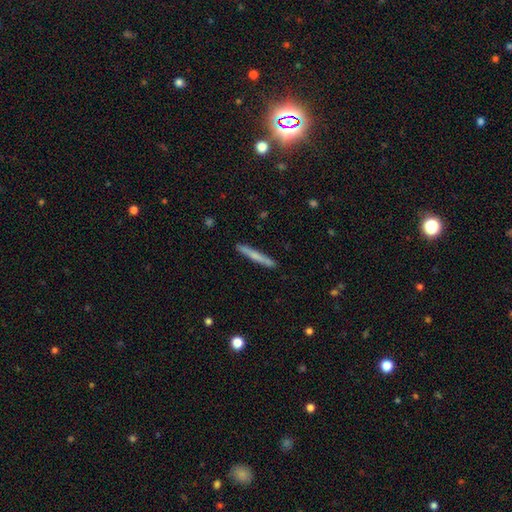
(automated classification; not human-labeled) A smooth galaxy with no disk features (58%) that is cigar-shaped (96%). Merging: none (91%).